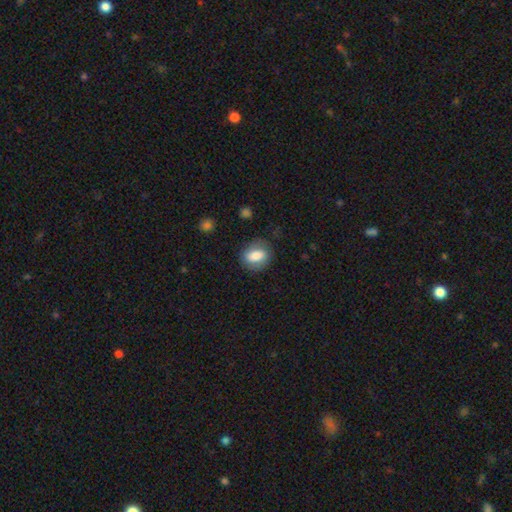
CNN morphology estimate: Smooth or featured? smooth (73%)
How rounded? in between (64%)
Merging? none (79%)